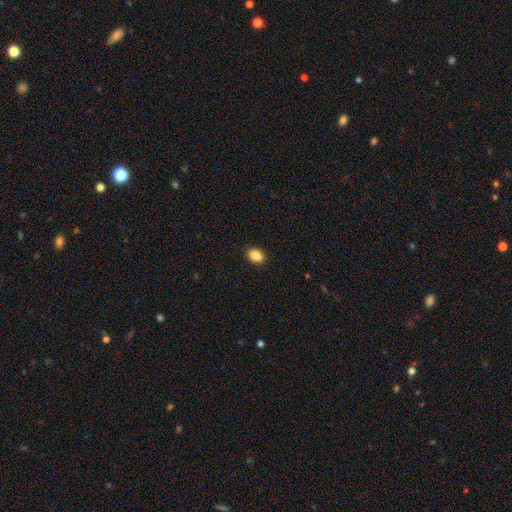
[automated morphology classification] Overall: smooth (89%). How rounded: in between (86%). Merging: none (90%).